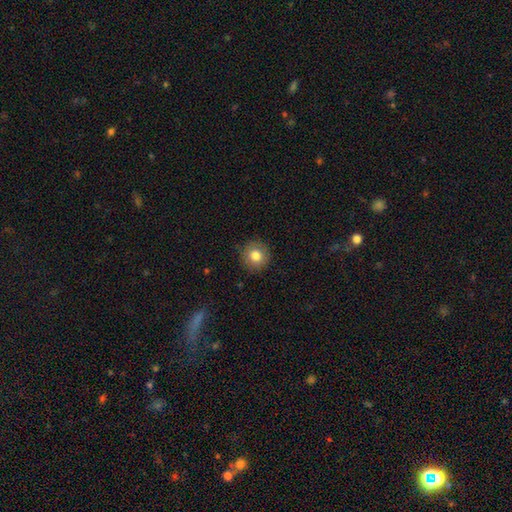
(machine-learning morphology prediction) Smooth or featured: smooth — 81% (featured or disk — 10%)
How rounded: round — 92% (in between — 7%)
Merging: none — 89% (minor disturbance — 8%)